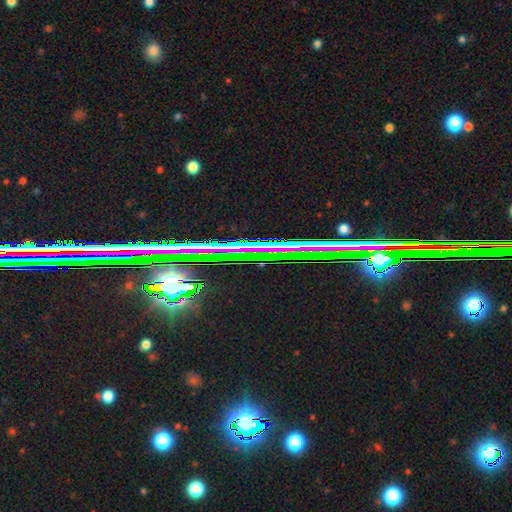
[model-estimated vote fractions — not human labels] A star or artifact, not a galaxy (75%).